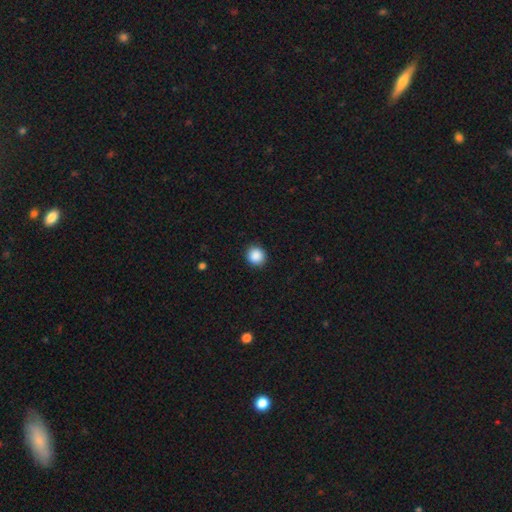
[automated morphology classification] smooth_or_featured: smooth (p=0.88) [alt: star or artifact p=0.09]
how_rounded: round (p=0.90) [alt: in between p=0.09]
merging: none (p=0.90) [alt: minor disturbance p=0.07]